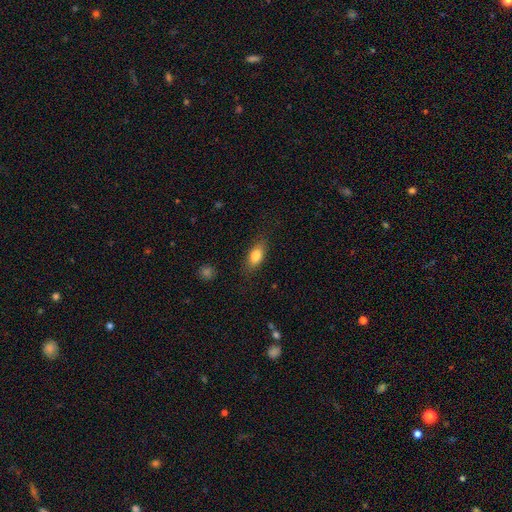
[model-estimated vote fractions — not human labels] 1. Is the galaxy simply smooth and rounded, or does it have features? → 79% smooth, 13% featured or disk, 7% star or artifact.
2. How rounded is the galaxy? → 81% in between, 13% cigar-shaped, 6% round.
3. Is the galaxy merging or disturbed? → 82% none, 13% minor disturbance, 4% major disturbance, 1% merger.